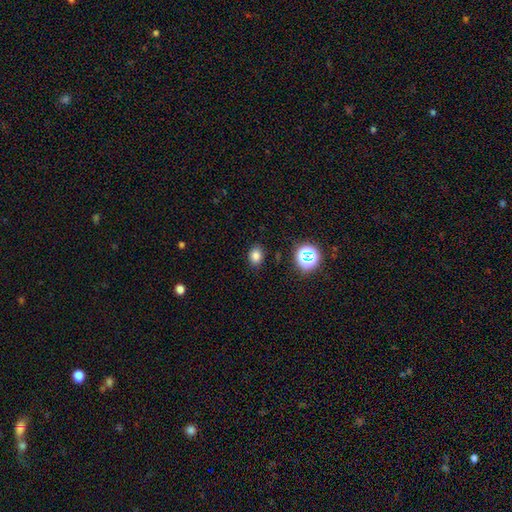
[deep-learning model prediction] Morphology: type=smooth (78%); roundness=in between (56%); merging=none (86%).